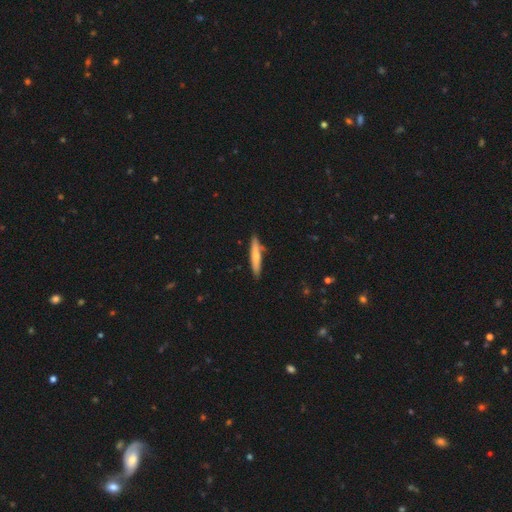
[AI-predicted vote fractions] Smooth or featured? smooth (66%)
How rounded? cigar-shaped (91%)
Merging? none (80%)